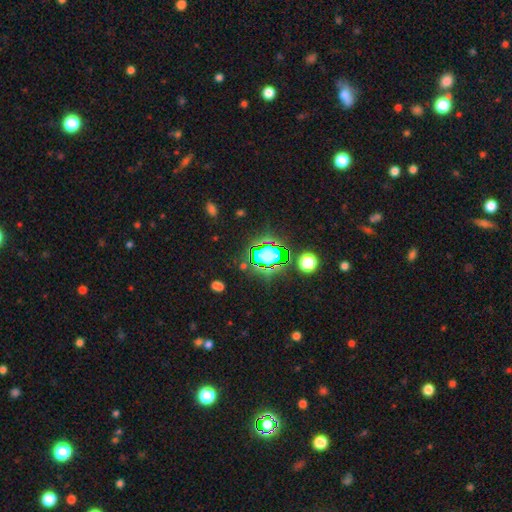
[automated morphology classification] Overall: star or artifact (72%).